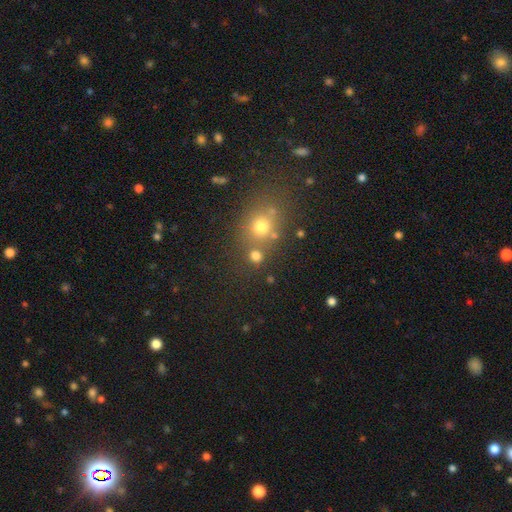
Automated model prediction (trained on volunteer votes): Smooth or featured? smooth (74%)
How rounded? round (84%)
Merging? none (68%)